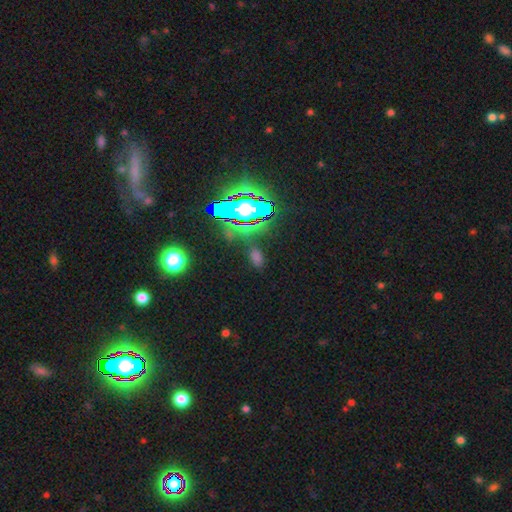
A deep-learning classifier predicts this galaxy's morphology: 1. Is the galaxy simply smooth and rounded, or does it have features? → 50% star or artifact, 35% smooth, 15% featured or disk.